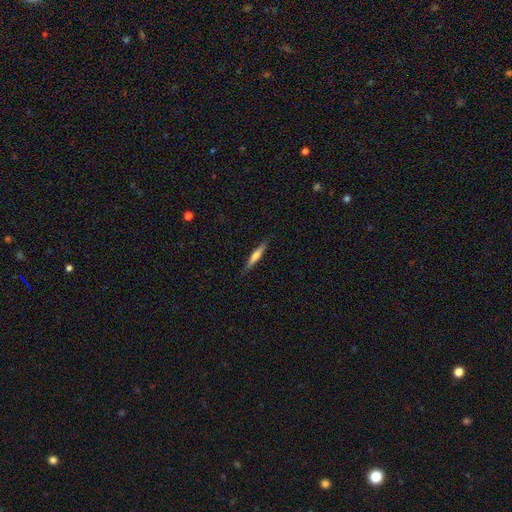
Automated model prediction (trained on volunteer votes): Smooth or featured? smooth (55%)
How rounded? cigar-shaped (90%)
Merging? none (88%)